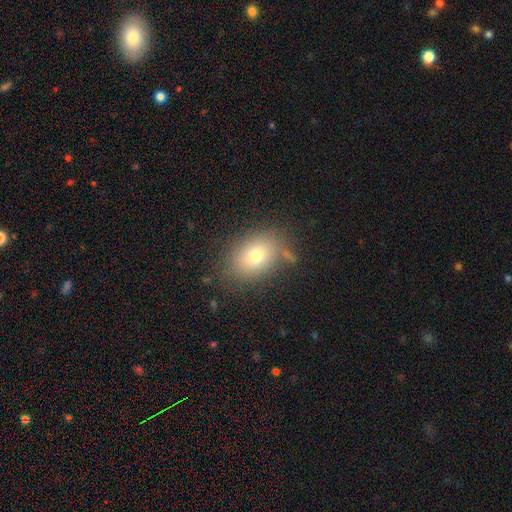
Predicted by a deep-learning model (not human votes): smooth-or-featured: smooth: 73% | featured or disk: 16% | star or artifact: 11%
  how-rounded: in between: 73% | round: 26% | cigar-shaped: 1%
  merging: none: 75% | minor disturbance: 15% | major disturbance: 6% | merger: 5%